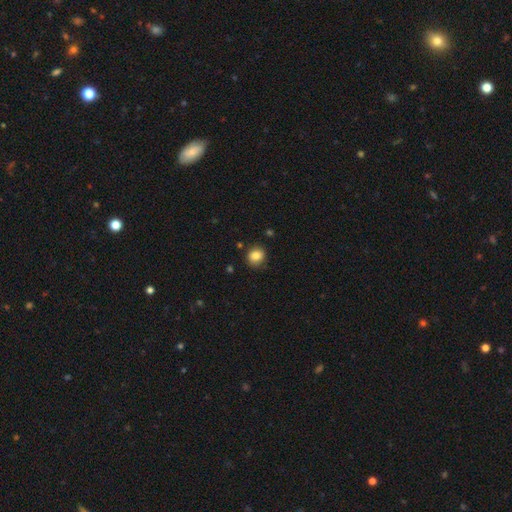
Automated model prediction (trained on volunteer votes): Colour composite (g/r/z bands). It shows a smooth galaxy with no disk features (85%) that is round (71%). Merging: none (83%).